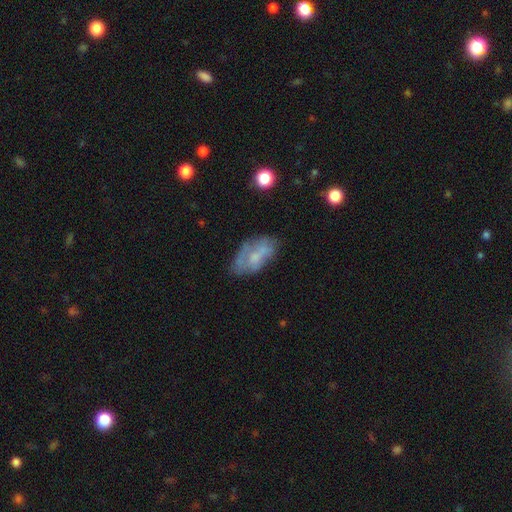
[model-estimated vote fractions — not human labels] The model was most divided on "smooth or featured": featured or disk: 46%, smooth: 45%, star or artifact: 9%. More confident: merging — none (51%).